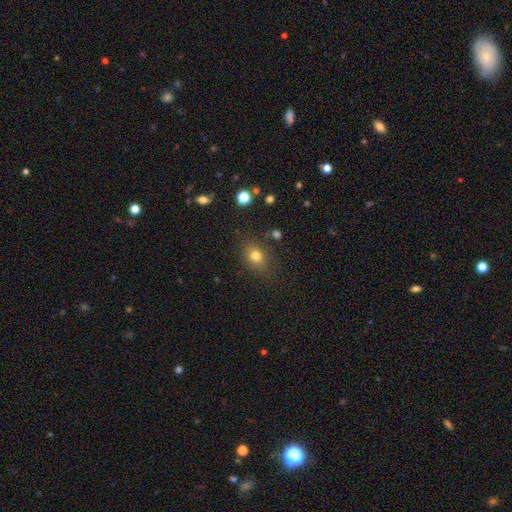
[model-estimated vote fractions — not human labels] Smooth or featured: smooth — 78% (star or artifact — 13%)
How rounded: in between — 61% (round — 37%)
Merging: none — 81% (minor disturbance — 13%)